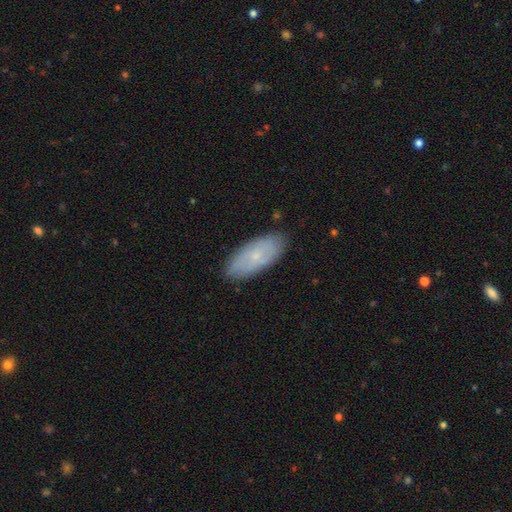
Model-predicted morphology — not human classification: Smooth or featured? Predicted: smooth (p=0.58). How rounded? Predicted: in between (p=0.86). Merging? Predicted: none (p=0.84).